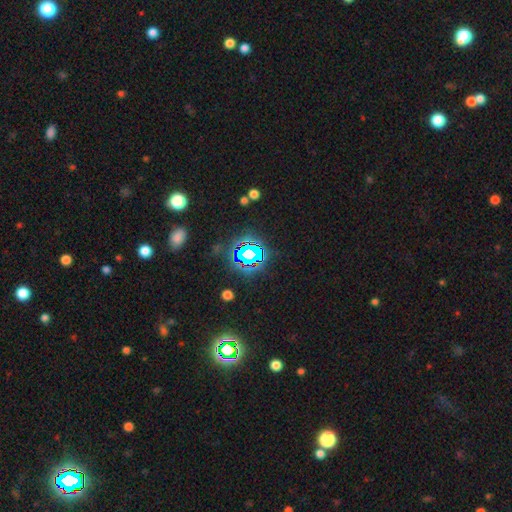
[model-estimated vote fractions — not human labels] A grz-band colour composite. It shows a star or artifact, not a galaxy (80%).